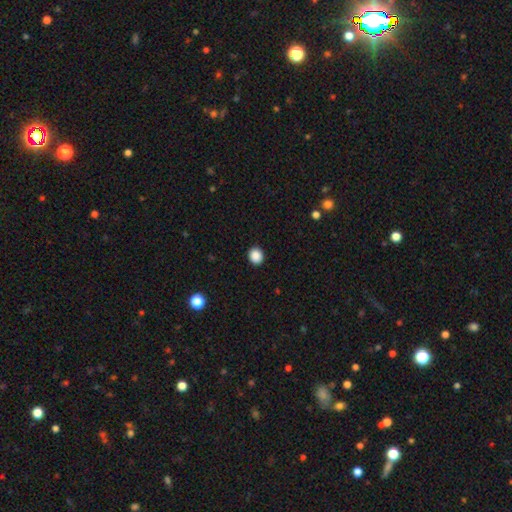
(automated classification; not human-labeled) Smooth or featured? smooth (88%)
How rounded? round (77%)
Merging? none (92%)